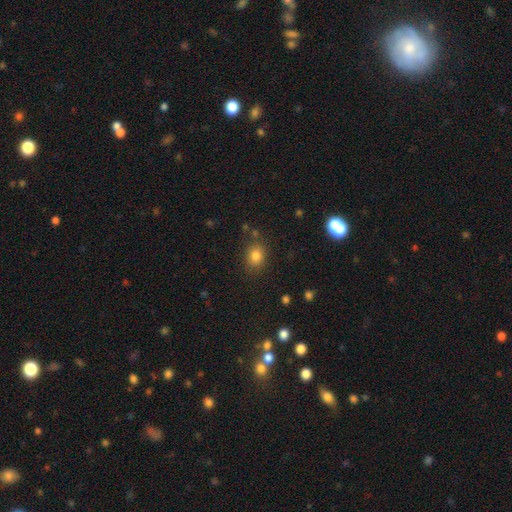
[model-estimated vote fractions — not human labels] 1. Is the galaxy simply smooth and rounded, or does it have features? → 81% smooth, 13% star or artifact, 6% featured or disk.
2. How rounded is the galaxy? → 52% round, 47% in between, 1% cigar-shaped.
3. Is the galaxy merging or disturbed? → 80% none, 12% minor disturbance, 4% major disturbance, 3% merger.